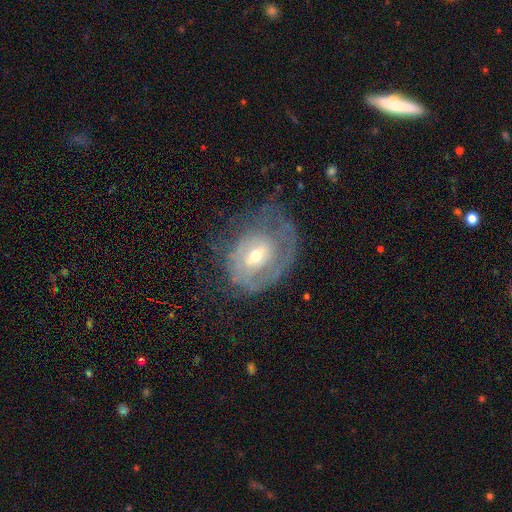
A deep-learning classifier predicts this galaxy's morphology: featured or disk 73%, smooth 19%, star or artifact 8%. Down the decision tree: edge-on disk — no (96%); bar — no (48%); spiral arms — yes (77%); spiral arm count — can't tell (39%); spiral winding — tight (60%); bulge size — moderate (52%); merging — none (49%).